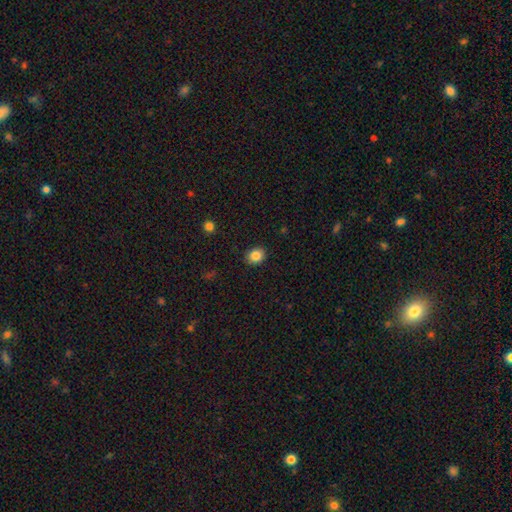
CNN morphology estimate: A smooth galaxy with no disk features (85%) that is round (62%). Merging: none (89%).